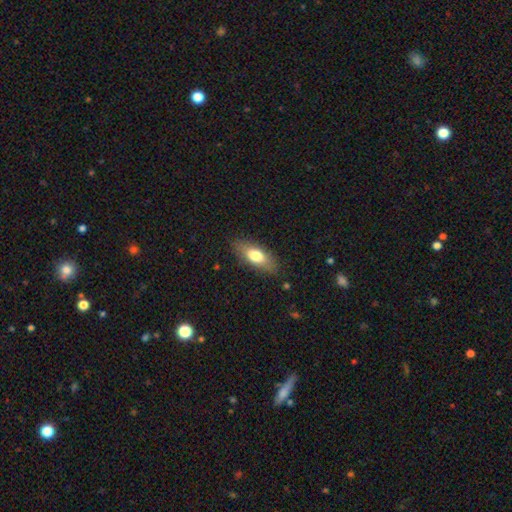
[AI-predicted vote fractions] The model was most divided on "smooth or featured": smooth: 72%, featured or disk: 21%, star or artifact: 7%. More confident: merging — none (83%); how rounded — in between (76%).